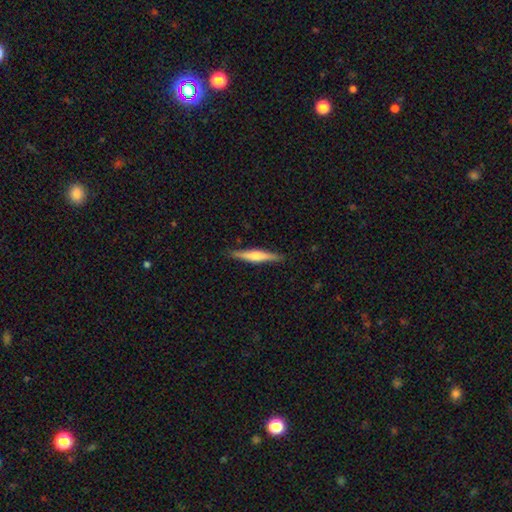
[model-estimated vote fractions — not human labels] This is possibly a featured or disk galaxy (57%). It is clearly viewed edge-on (97%). Edge-on bulge: clearly rounded (82%). Merging: clearly none (90%).